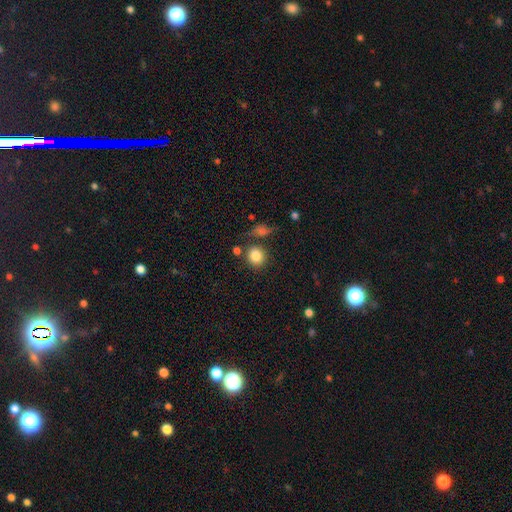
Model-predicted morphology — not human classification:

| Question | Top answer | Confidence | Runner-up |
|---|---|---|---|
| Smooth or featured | smooth | 85% | star or artifact (9%) |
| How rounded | round | 83% | in between (16%) |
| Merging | none | 76% | minor disturbance (11%) |